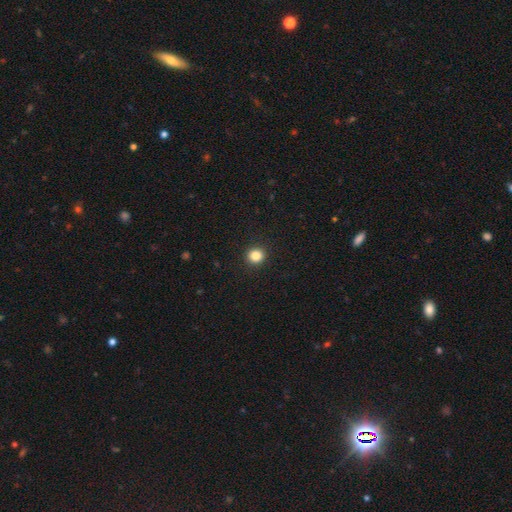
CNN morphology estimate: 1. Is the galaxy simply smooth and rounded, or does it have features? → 85% smooth, 11% star or artifact, 4% featured or disk.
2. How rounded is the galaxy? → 89% round, 10% in between, 1% cigar-shaped.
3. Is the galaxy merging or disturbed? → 92% none, 5% minor disturbance, 2% major disturbance, 1% merger.